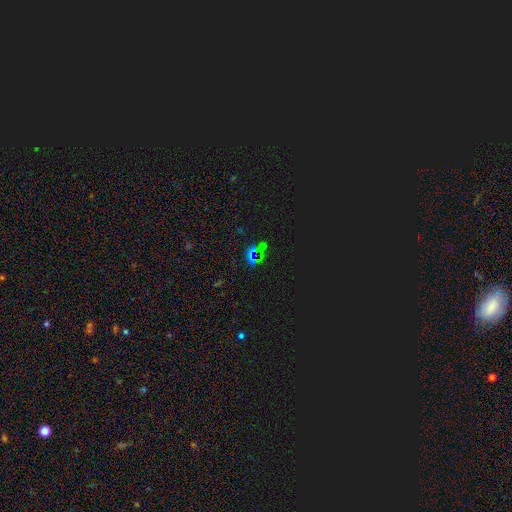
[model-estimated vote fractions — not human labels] Q: Smooth or featured?
A: star or artifact (72%); runner-up: smooth (19%)